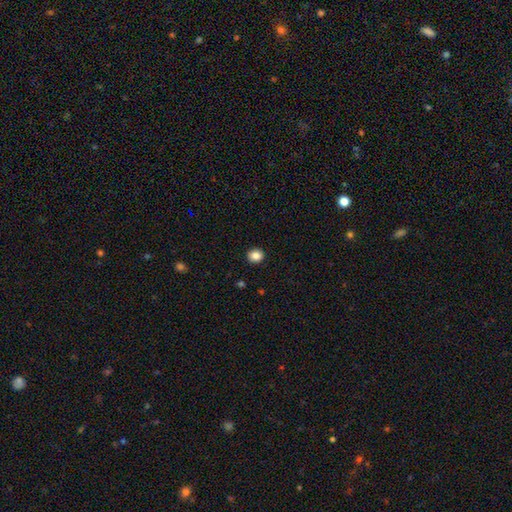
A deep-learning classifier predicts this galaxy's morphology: This is clearly a smooth galaxy (85%). How rounded: likely round (76%). Merging: clearly none (92%).